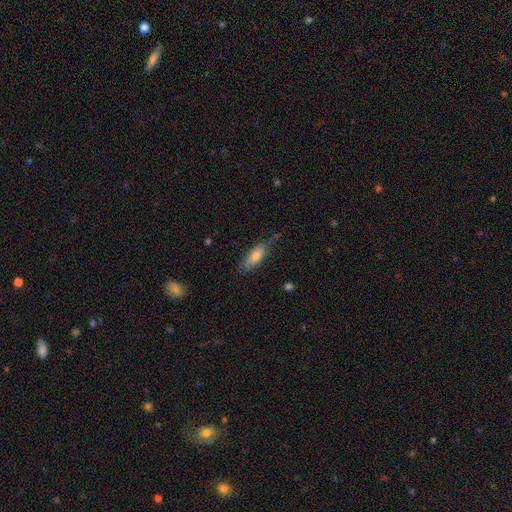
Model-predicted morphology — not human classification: smooth 72%, featured or disk 22%, star or artifact 7%. Down the decision tree: how rounded — in between (62%); merging — none (68%).